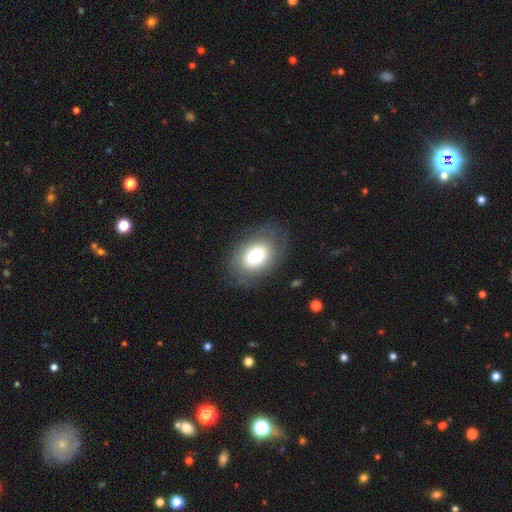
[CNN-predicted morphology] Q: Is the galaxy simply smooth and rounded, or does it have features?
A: smooth — 73%.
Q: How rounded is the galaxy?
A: in between — 84%.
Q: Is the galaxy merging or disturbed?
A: none — 77%.